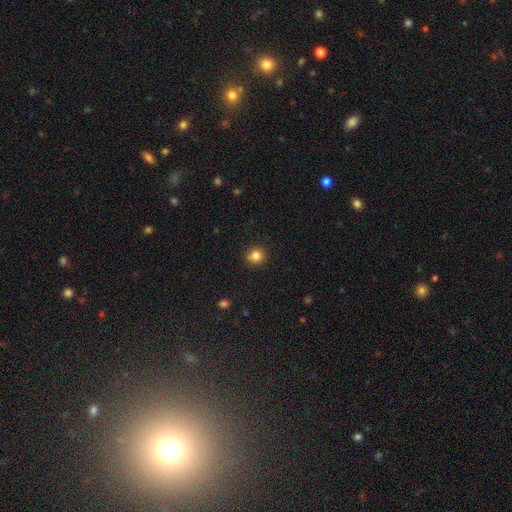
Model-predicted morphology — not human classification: Overall: smooth (83%). How rounded: round (88%). Merging: none (87%).